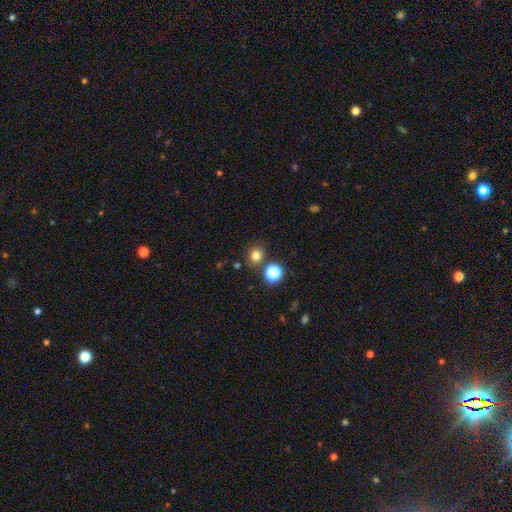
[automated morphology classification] A smooth galaxy with no disk features (77%) that is round (78%). Merging: none (81%).